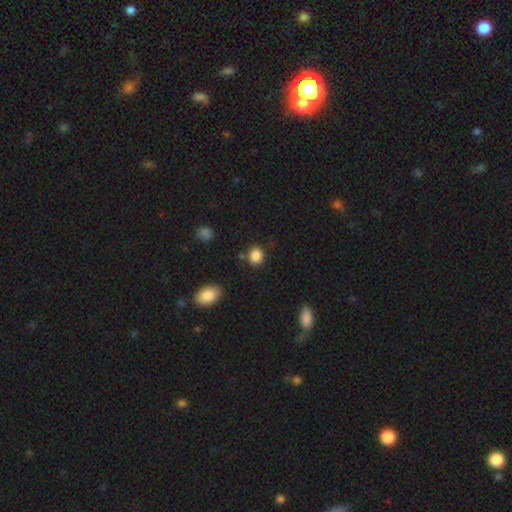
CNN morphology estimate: Smooth or featured? Predicted: smooth (p=0.87). How rounded? Predicted: round (p=0.71). Merging? Predicted: none (p=0.82).